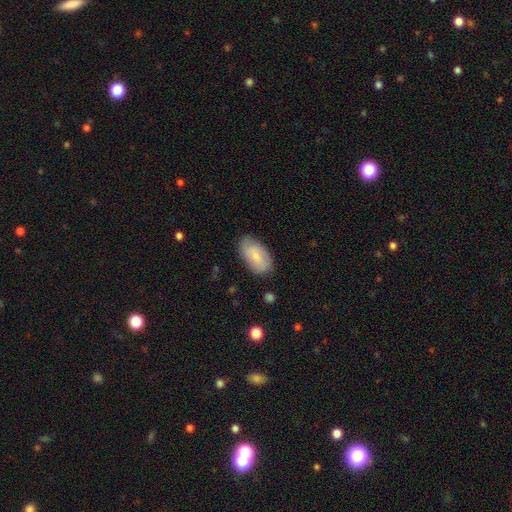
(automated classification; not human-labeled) The model was most divided on "smooth or featured": smooth: 71%, featured or disk: 22%, star or artifact: 7%. More confident: how rounded — in between (94%); merging — none (79%).